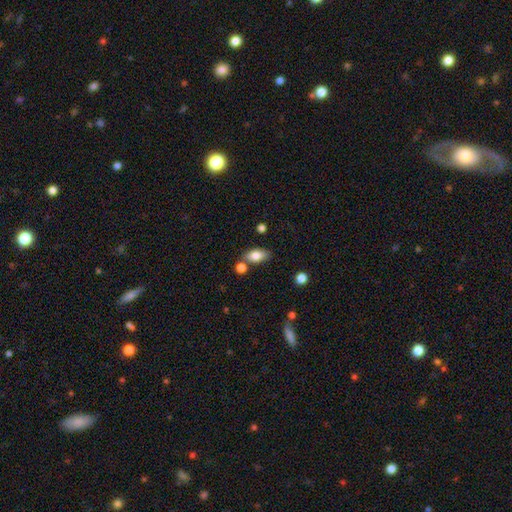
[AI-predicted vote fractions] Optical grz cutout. It shows a smooth galaxy with no disk features (80%) that is in between round and cigar-shaped (87%). Merging: none (71%).